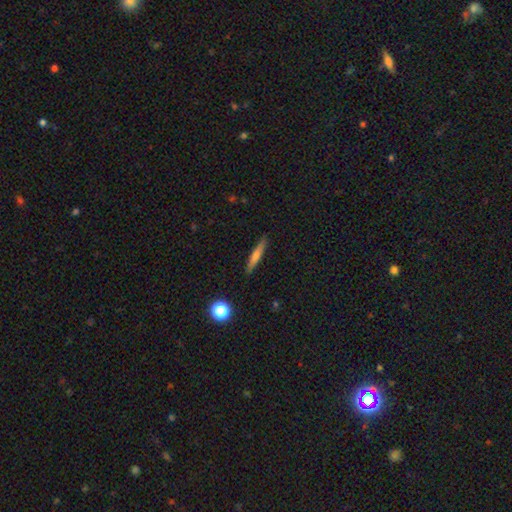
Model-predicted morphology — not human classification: Q: Smooth or featured?
A: smooth (54%); runner-up: featured or disk (38%)
Q: How rounded?
A: cigar-shaped (91%); runner-up: in between (7%)
Q: Merging?
A: none (90%); runner-up: minor disturbance (8%)